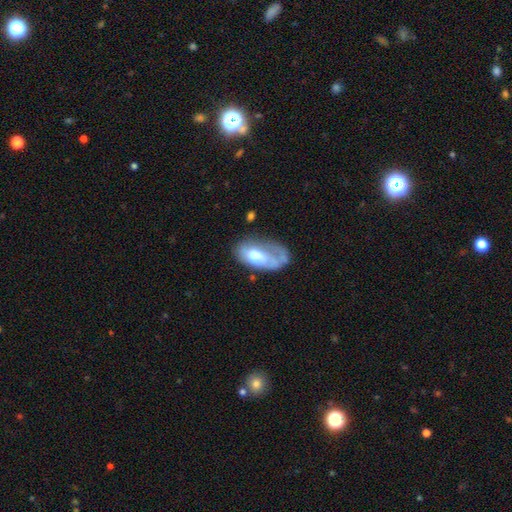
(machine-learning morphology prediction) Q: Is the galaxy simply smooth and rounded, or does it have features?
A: smooth — 50%.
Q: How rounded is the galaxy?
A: in between — 91%.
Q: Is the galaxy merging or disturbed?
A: major disturbance — 36%.